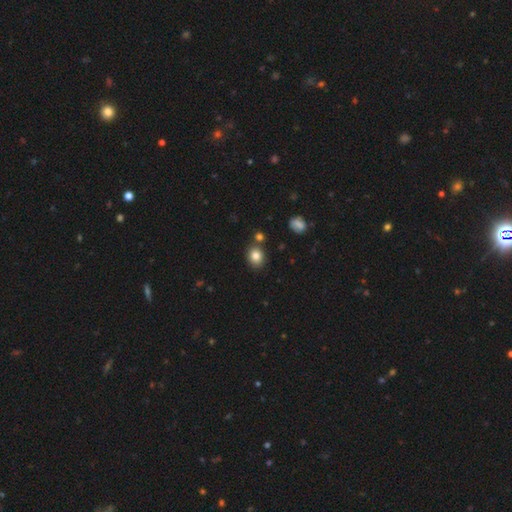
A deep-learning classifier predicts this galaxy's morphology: A smooth galaxy with no disk features (83%) that is round (56%). Merging: none (78%).